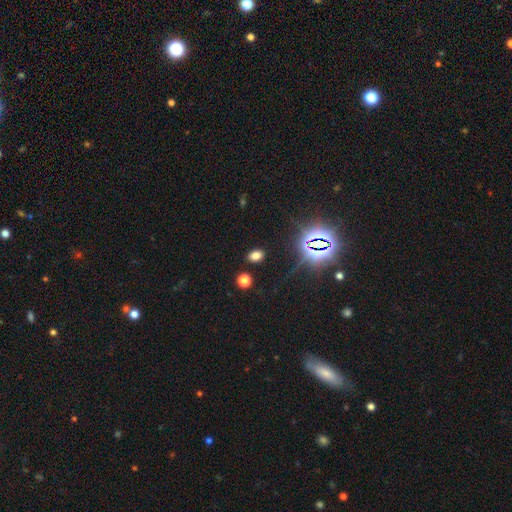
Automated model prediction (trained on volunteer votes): This appears to be a smooth galaxy with no disk features (68%) that is in between round and cigar-shaped (79%). Merging: none (87%).